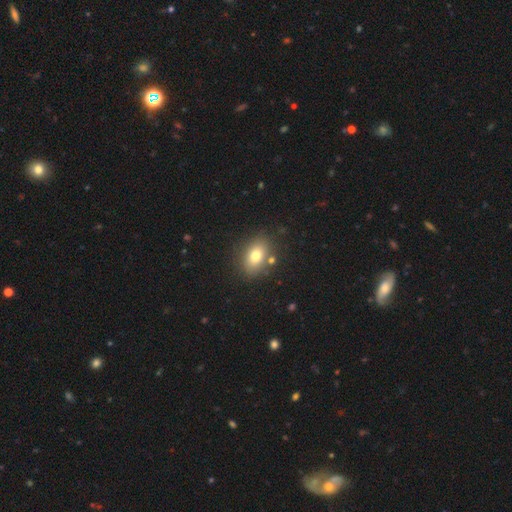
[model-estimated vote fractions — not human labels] Q: Smooth or featured?
A: smooth (77%); runner-up: featured or disk (13%)
Q: How rounded?
A: in between (80%); runner-up: round (19%)
Q: Merging?
A: none (79%); runner-up: minor disturbance (11%)